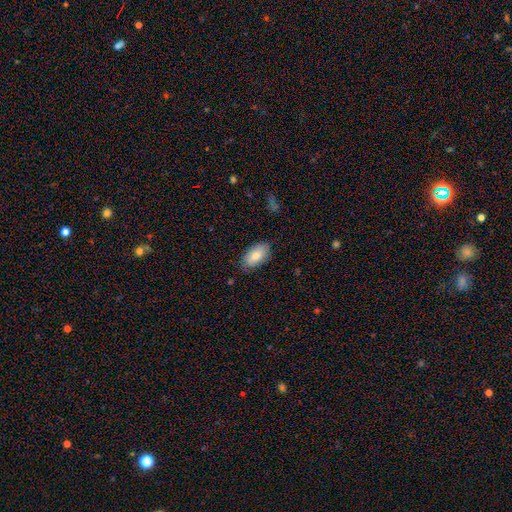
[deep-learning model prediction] This is likely a smooth galaxy (77%). How rounded: clearly in between (94%). Merging: likely none (78%).